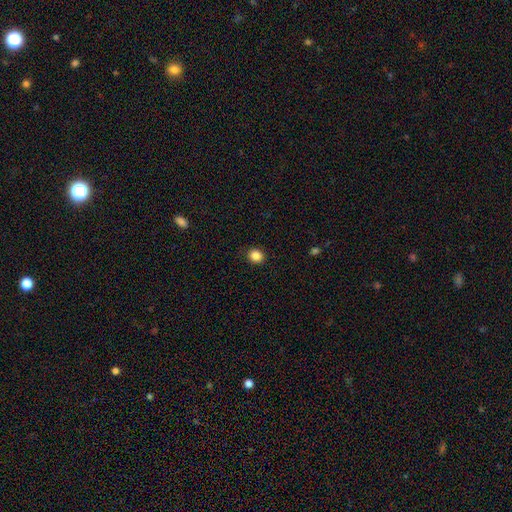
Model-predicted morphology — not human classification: Q: Smooth or featured?
A: smooth (86%); runner-up: star or artifact (10%)
Q: How rounded?
A: round (74%); runner-up: in between (25%)
Q: Merging?
A: none (90%); runner-up: minor disturbance (7%)